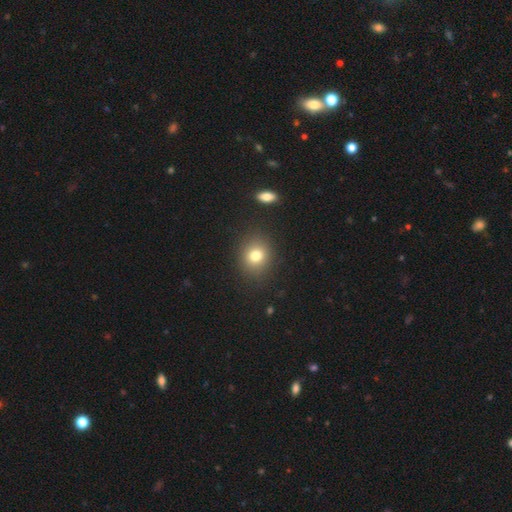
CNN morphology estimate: Smooth or featured?
  - smooth: 79% *
  - star or artifact: 13%
  - featured or disk: 9%
How rounded?
  - round: 72% *
  - in between: 27%
  - cigar-shaped: 1%
Merging?
  - none: 87% *
  - minor disturbance: 8%
  - major disturbance: 3%
  - merger: 2%